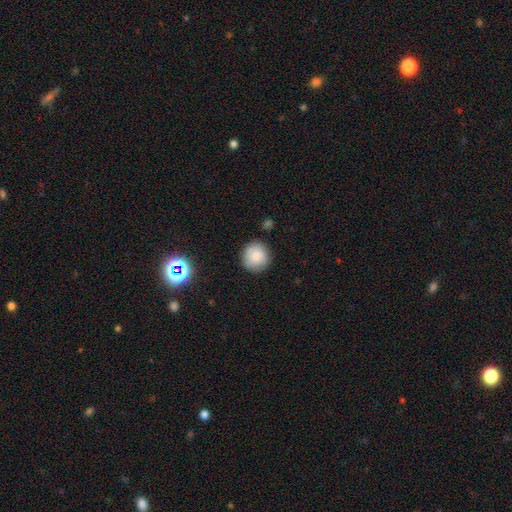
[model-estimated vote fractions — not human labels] Morphology: type=smooth (83%); roundness=round (92%); merging=none (87%).